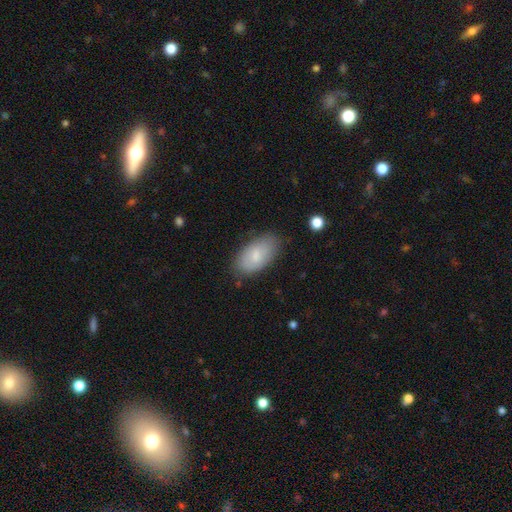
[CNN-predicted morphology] This is likely a smooth galaxy (76%). How rounded: clearly in between (94%). Merging: likely none (78%).